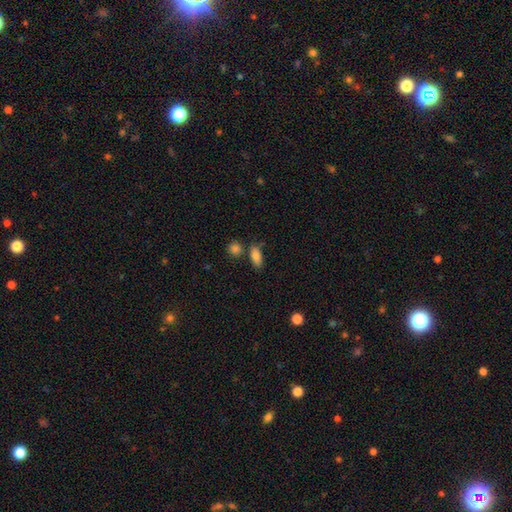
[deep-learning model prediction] smooth 84%, star or artifact 9%, featured or disk 8%. Down the decision tree: how rounded — in between (79%); merging — none (70%).